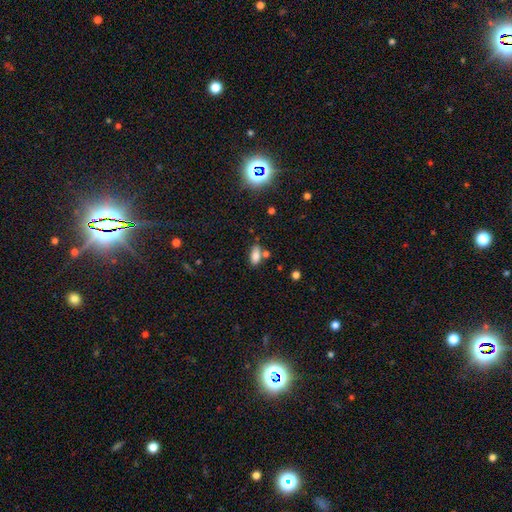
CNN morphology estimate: A smooth galaxy with no disk features (81%) that is in between round and cigar-shaped (88%). Merging: none (62%).